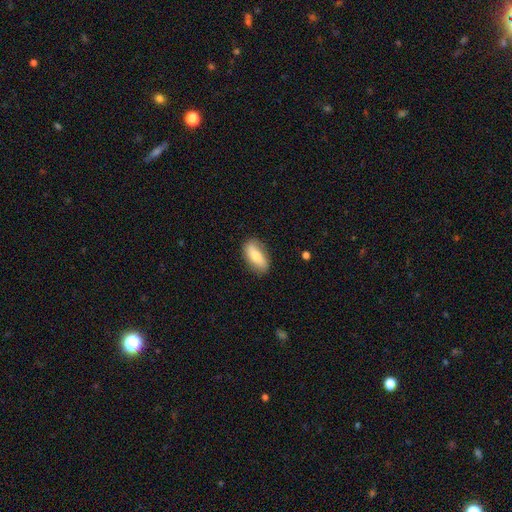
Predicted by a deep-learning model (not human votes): smooth_or_featured: smooth (p=0.67) [alt: featured or disk p=0.26]
how_rounded: in between (p=0.86) [alt: cigar-shaped p=0.10]
merging: none (p=0.80) [alt: minor disturbance p=0.16]